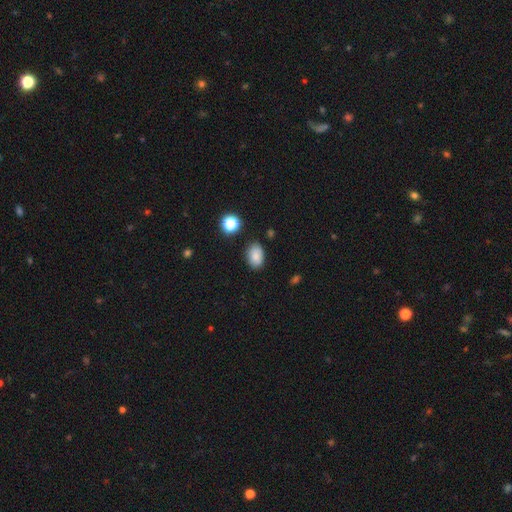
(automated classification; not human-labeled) Morphology: type=smooth (84%); roundness=in between (81%); merging=none (81%).